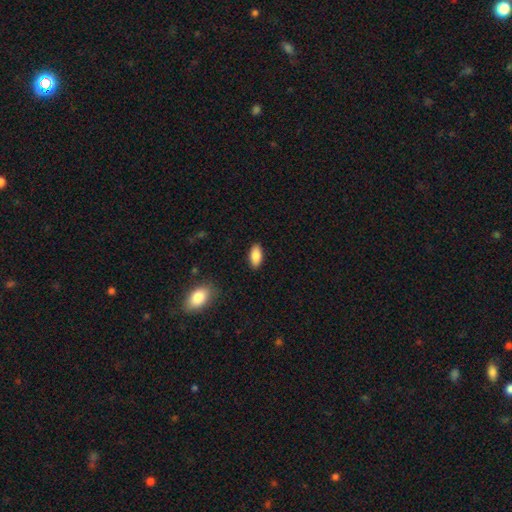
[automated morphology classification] Smooth or featured: smooth — 86% (star or artifact — 7%)
How rounded: in between — 91% (cigar-shaped — 7%)
Merging: none — 89% (minor disturbance — 8%)